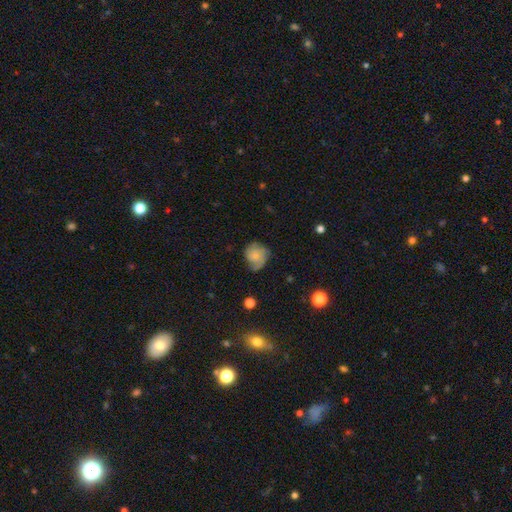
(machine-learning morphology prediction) Q: Smooth or featured?
A: smooth (46%); runner-up: featured or disk (45%)
Q: Merging?
A: none (51%); runner-up: minor disturbance (31%)